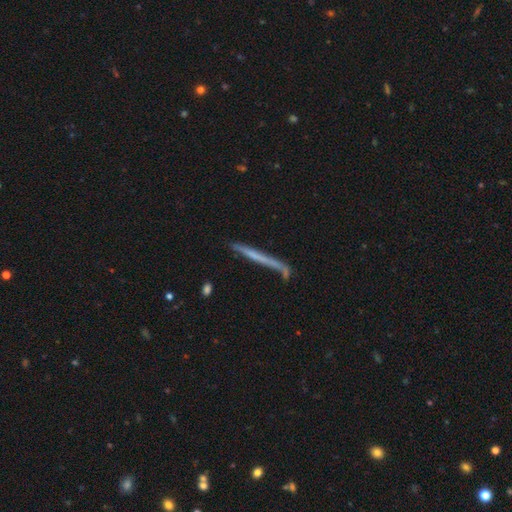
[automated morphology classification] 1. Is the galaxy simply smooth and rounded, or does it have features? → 51% featured or disk, 40% smooth, 8% star or artifact.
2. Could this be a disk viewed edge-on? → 93% yes, 7% no.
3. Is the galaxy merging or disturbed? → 73% none, 18% minor disturbance, 5% major disturbance, 4% merger.